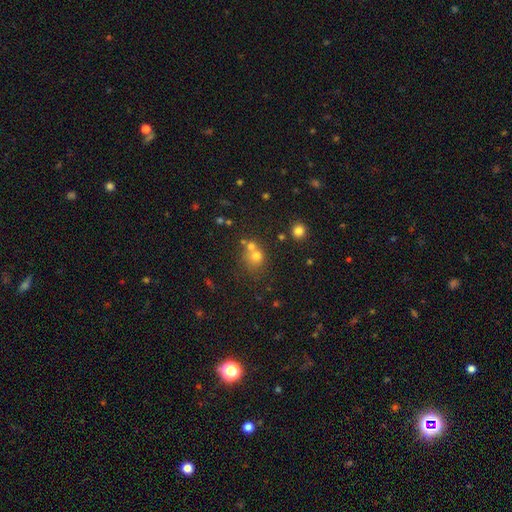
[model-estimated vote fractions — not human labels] smooth-or-featured: smooth: 68% | star or artifact: 19% | featured or disk: 13%
  how-rounded: round: 80% | in between: 19% | cigar-shaped: 1%
  merging: none: 47% | merger: 39% | minor disturbance: 9% | major disturbance: 4%